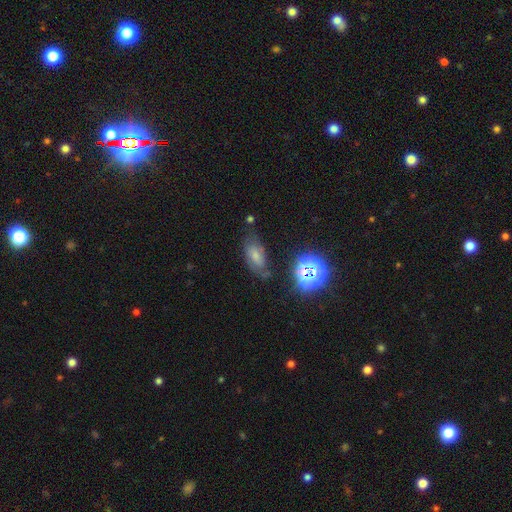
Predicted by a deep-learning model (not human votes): Smooth or featured: smooth — 47% (featured or disk — 32%)
Merging: none — 59% (minor disturbance — 26%)